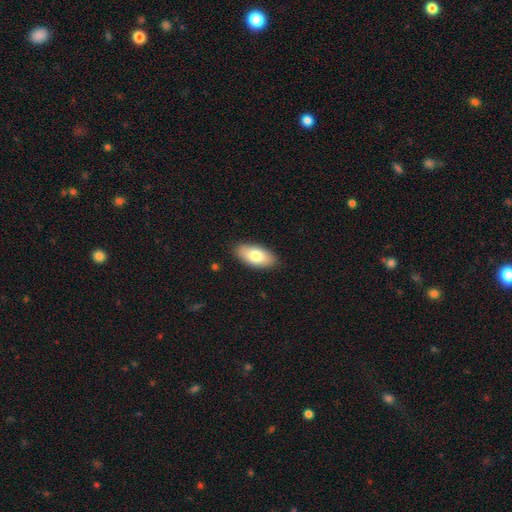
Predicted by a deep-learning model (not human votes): A smooth galaxy with no disk features (78%) that is in between round and cigar-shaped (92%).

Vote fractions:
- Smooth or featured? smooth: 78% / featured or disk: 16% / star or artifact: 6%
- How rounded? in between: 92% / cigar-shaped: 5% / round: 3%
- Merging? none: 88% / minor disturbance: 9% / major disturbance: 2% / merger: 1%